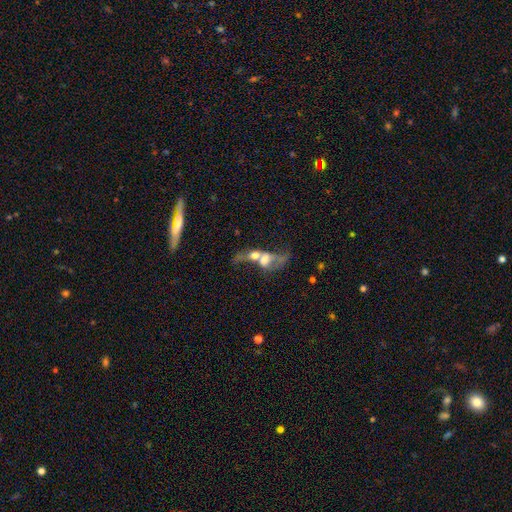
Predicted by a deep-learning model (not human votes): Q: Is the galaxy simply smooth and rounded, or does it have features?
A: featured or disk — 50%.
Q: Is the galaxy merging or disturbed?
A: merger — 70%.